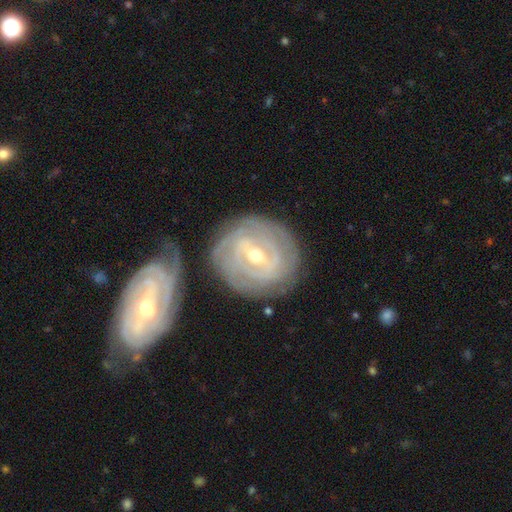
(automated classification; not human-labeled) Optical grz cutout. It shows a featured or disk galaxy (86%) with a weak bar (44%), tight (82%) spiral arms (92%) and a moderate central bulge (55%). Merging: none (70%).